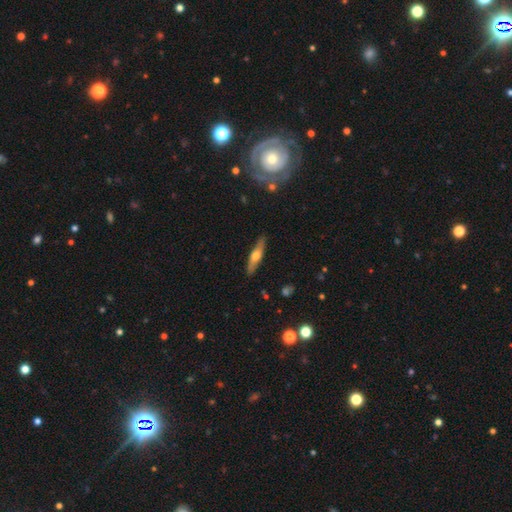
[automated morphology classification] Q: Smooth or featured?
A: featured or disk (53%); runner-up: smooth (41%)
Q: Edge-on disk?
A: yes (90%); runner-up: no (10%)
Q: Merging?
A: none (88%); runner-up: minor disturbance (9%)